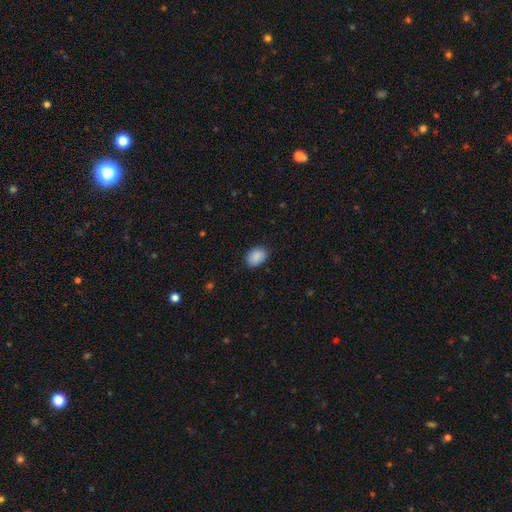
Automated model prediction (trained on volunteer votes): This appears to be a smooth galaxy with no disk features (89%) that is in between round and cigar-shaped (76%). Merging: none (85%).